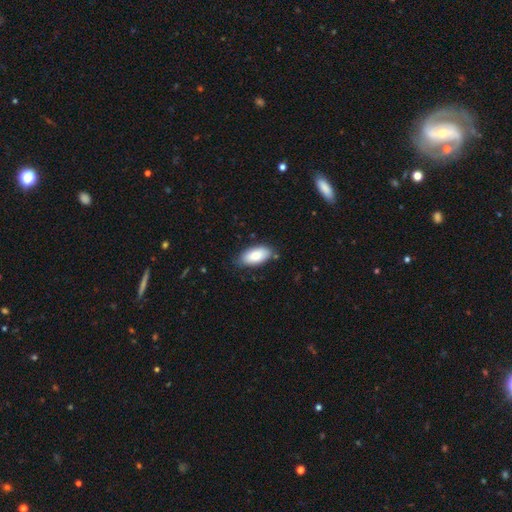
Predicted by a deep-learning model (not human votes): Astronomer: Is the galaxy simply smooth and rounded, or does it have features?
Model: smooth — 84%.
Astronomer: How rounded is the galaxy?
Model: in between — 92%.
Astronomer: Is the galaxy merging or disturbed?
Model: none — 80%.